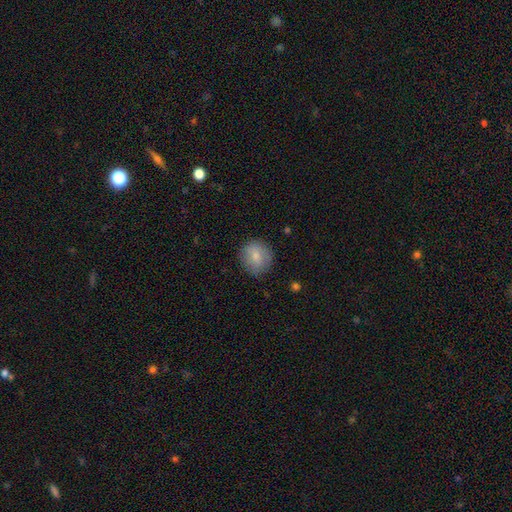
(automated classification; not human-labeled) Smooth or featured? Predicted: smooth (p=0.80). How rounded? Predicted: round (p=0.83). Merging? Predicted: none (p=0.82).